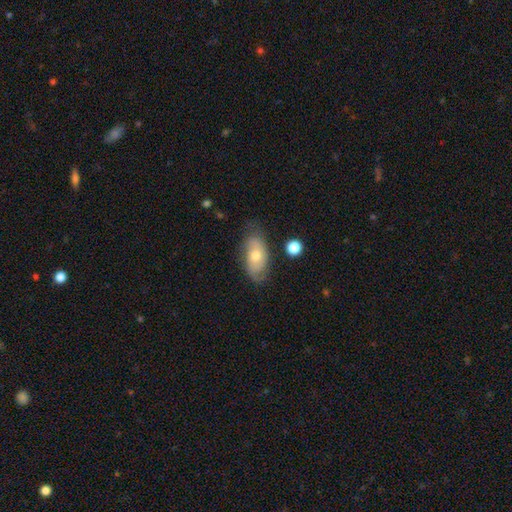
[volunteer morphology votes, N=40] smooth-or-featured: smooth: 55% | featured or disk: 35% | star or artifact: 10%
  how-rounded: in between: 91% | cigar-shaped: 9% | round: 0%
  merging: none: 64% | minor disturbance: 17% | major disturbance: 14% | merger: 6%